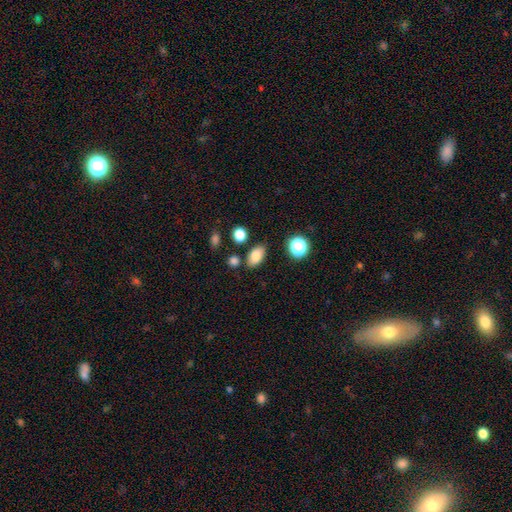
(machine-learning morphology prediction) Smooth or featured? smooth (82%)
How rounded? in between (88%)
Merging? none (80%)